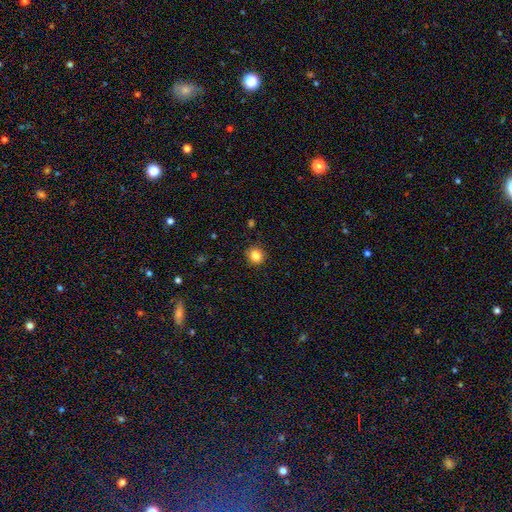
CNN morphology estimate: This is clearly a smooth galaxy (85%). How rounded: clearly round (88%). Merging: clearly none (90%).